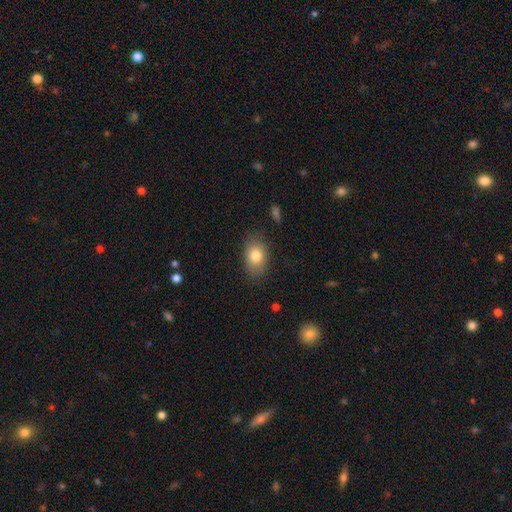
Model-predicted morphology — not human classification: smooth 79%, featured or disk 13%, star or artifact 8%. Down the decision tree: how rounded — in between (81%); merging — none (80%).